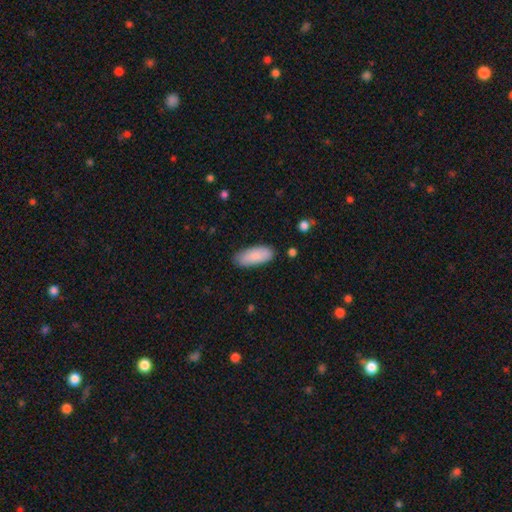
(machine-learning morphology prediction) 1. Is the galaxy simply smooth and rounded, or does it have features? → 87% smooth, 7% featured or disk, 6% star or artifact.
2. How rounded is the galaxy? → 81% in between, 18% cigar-shaped, 2% round.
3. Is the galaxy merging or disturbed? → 83% none, 13% minor disturbance, 2% major disturbance, 1% merger.